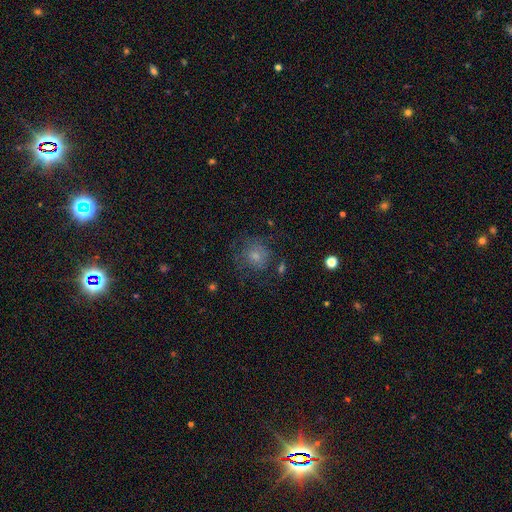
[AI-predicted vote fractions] Smooth or featured?
  - smooth: 46% *
  - featured or disk: 30%
  - star or artifact: 24%
Merging?
  - none: 68% *
  - minor disturbance: 17%
  - major disturbance: 12%
  - merger: 3%